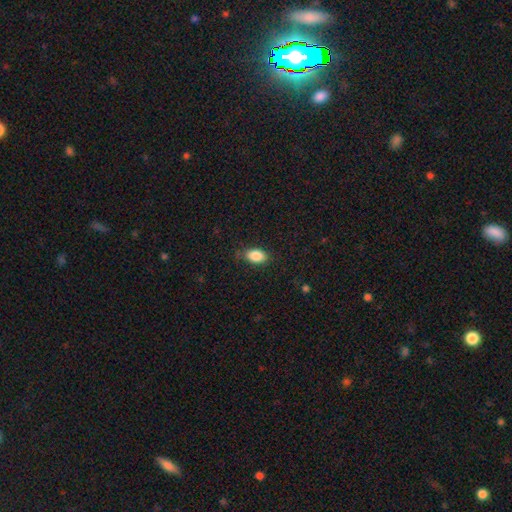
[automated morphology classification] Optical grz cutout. It shows a smooth galaxy with no disk features (87%) that is in between round and cigar-shaped (88%). Merging: none (79%).